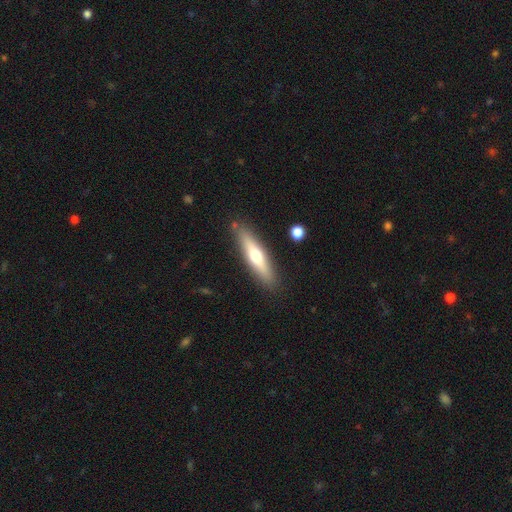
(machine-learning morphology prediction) Smooth or featured: smooth — 53% (featured or disk — 42%)
How rounded: cigar-shaped — 81% (in between — 18%)
Merging: none — 86% (minor disturbance — 9%)